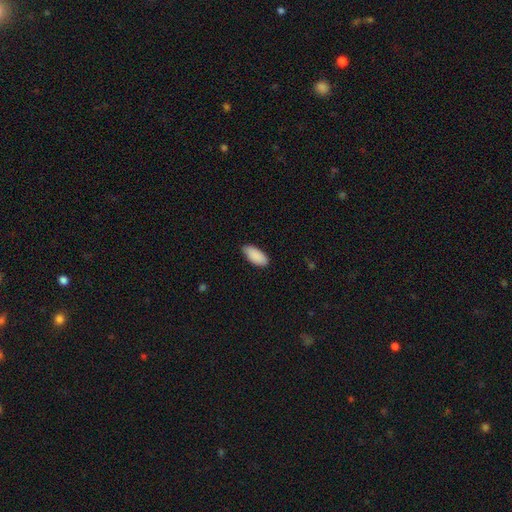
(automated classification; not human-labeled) This appears to be a smooth galaxy with no disk features (90%) that is in between round and cigar-shaped (90%). Merging: none (80%).